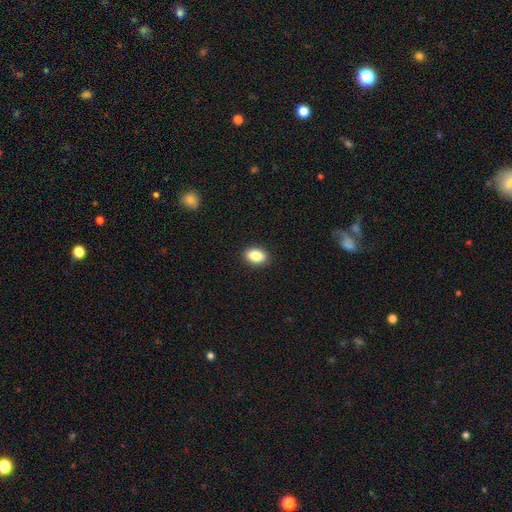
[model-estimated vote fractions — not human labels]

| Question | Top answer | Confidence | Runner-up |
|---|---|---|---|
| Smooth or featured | smooth | 86% | star or artifact (8%) |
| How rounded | in between | 86% | round (12%) |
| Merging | none | 90% | minor disturbance (7%) |